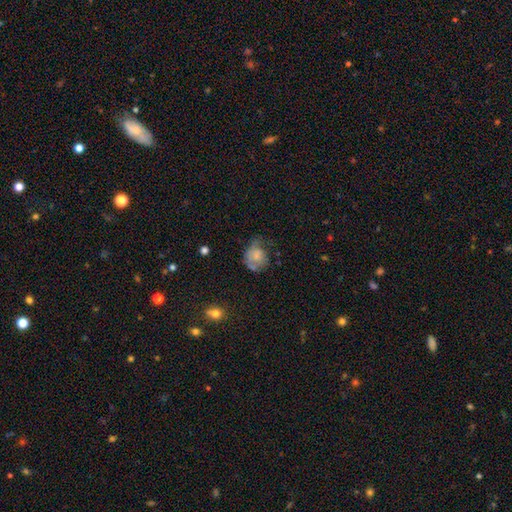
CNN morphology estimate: Smooth or featured: smooth — 61% (featured or disk — 28%)
How rounded: round — 67% (in between — 32%)
Merging: none — 34% (minor disturbance — 32%)